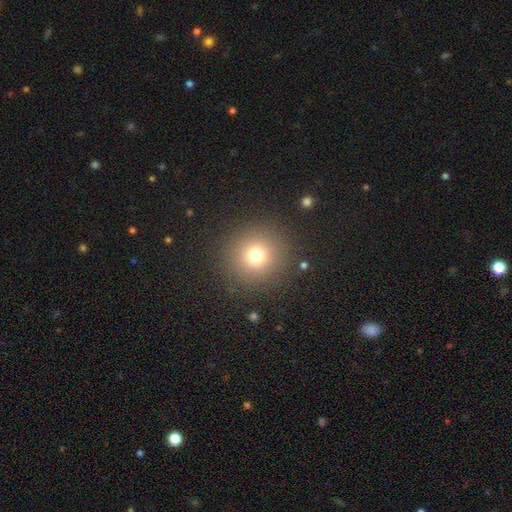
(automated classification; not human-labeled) A smooth galaxy with no disk features (74%) that is round (95%).

Vote fractions:
- Smooth or featured? smooth: 74% / star or artifact: 17% / featured or disk: 9%
- How rounded? round: 95% / in between: 4% / cigar-shaped: 1%
- Merging? none: 89% / minor disturbance: 6% / major disturbance: 3% / merger: 1%